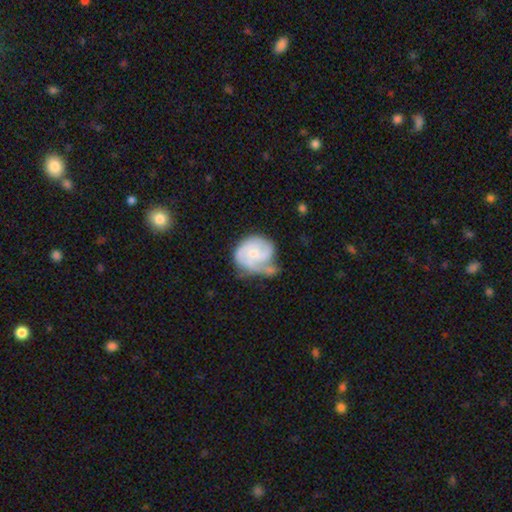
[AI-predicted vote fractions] Smooth or featured: featured or disk — 78% (smooth — 16%)
Edge-on disk: no — 98% (yes — 2%)
Bar: no — 68% (weak — 27%)
Spiral arms: yes — 93% (no — 7%)
Spiral winding: tight — 55% (medium — 34%)
Spiral arm count: 2 — 37% (3 — 25%)
Bulge size: small — 59% (moderate — 36%)
Merging: none — 42% (minor disturbance — 32%)